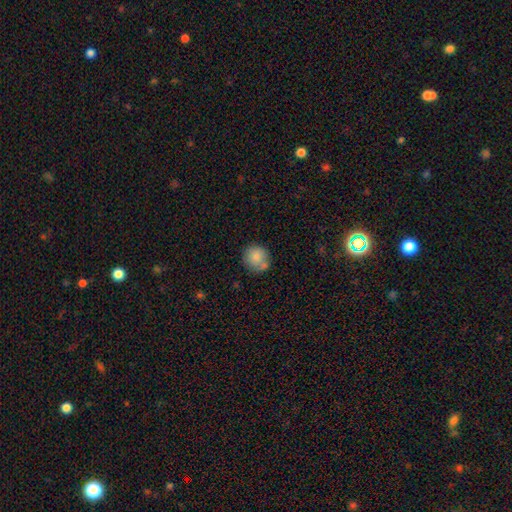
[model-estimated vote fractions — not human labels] Morphology: type=smooth (81%); roundness=round (92%); merging=none (67%).